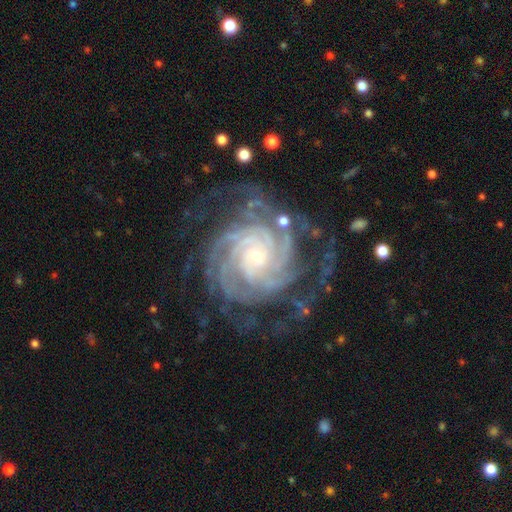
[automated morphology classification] type=featured or disk (92%); edge-on=no (98%); bar=no (73%); spiral arms=yes (98%); winding=tight (77%); arm count=4 (31%); bulge=small (75%); merging=none (69%).